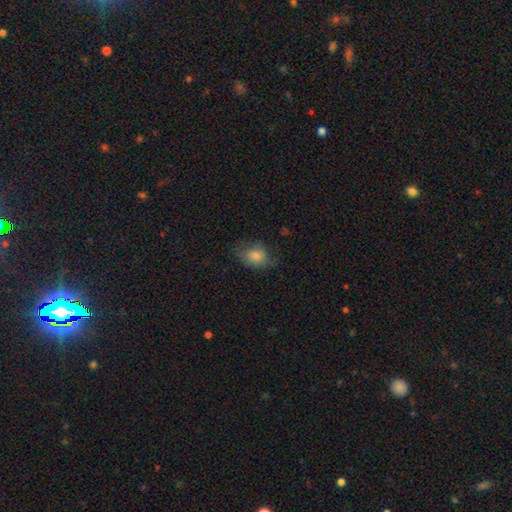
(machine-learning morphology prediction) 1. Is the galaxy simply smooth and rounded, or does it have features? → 71% smooth, 19% featured or disk, 11% star or artifact.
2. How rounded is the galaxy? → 68% in between, 30% round, 1% cigar-shaped.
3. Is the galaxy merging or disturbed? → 62% none, 25% minor disturbance, 11% major disturbance, 1% merger.